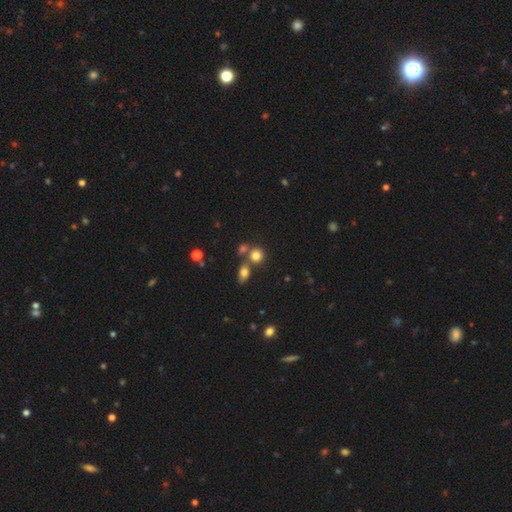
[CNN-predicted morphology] smooth 78%, star or artifact 13%, featured or disk 8%. Down the decision tree: how rounded — round (80%); merging — none (59%).